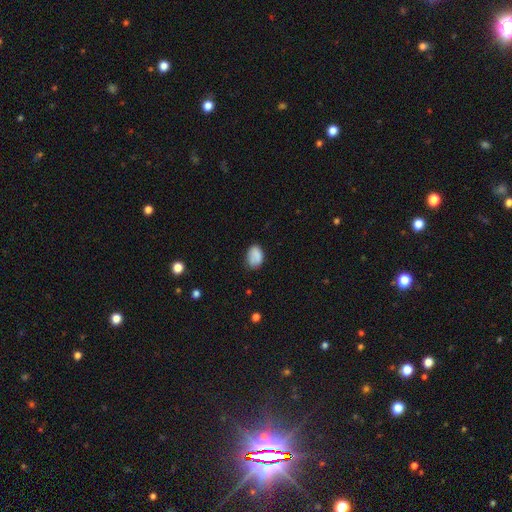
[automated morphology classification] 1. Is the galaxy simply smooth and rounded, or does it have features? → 82% smooth, 9% featured or disk, 9% star or artifact.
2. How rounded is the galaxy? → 80% in between, 18% round, 1% cigar-shaped.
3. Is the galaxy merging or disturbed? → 67% none, 24% minor disturbance, 6% major disturbance, 3% merger.